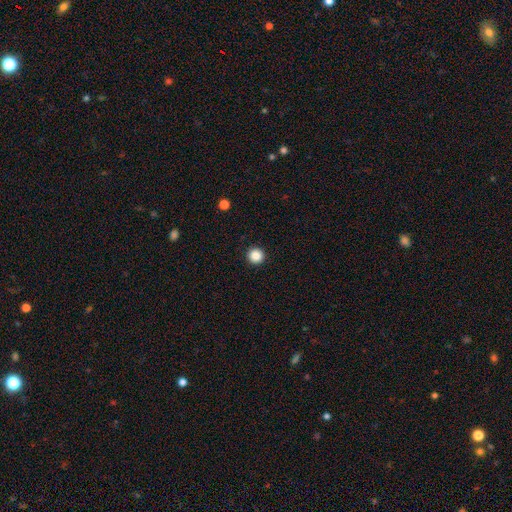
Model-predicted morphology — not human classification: A smooth galaxy with no disk features (87%) that is round (96%). Merging: none (93%).